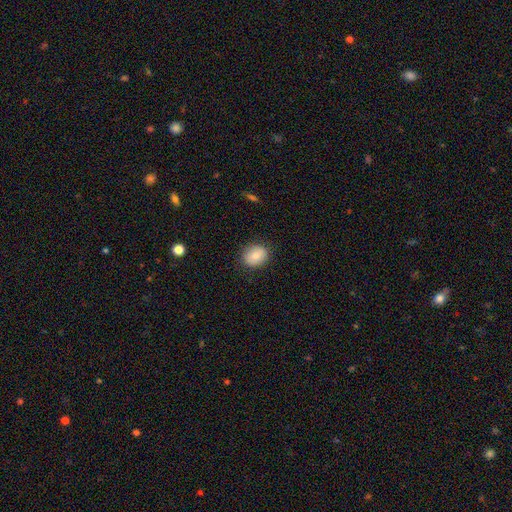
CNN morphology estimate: This appears to be a smooth galaxy with no disk features (80%) that is round (52%). Merging: none (84%).